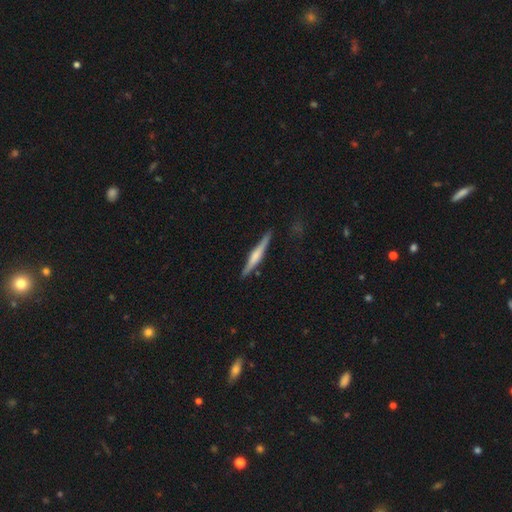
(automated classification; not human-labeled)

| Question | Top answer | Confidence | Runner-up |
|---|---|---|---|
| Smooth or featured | featured or disk | 57% | smooth (37%) |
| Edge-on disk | yes | 97% | no (3%) |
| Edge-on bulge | rounded | 56% | boxy (25%) |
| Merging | none | 86% | minor disturbance (10%) |